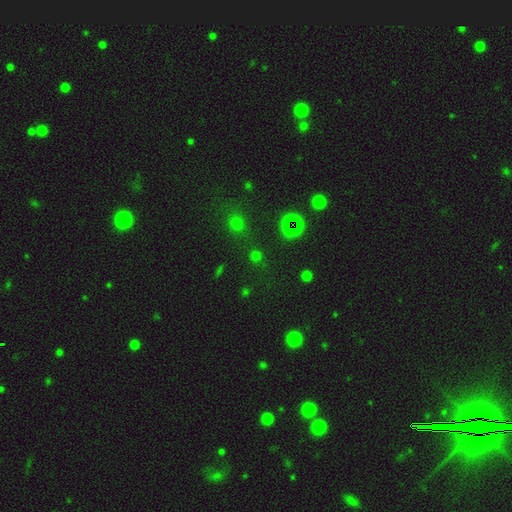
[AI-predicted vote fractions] Smooth or featured? Predicted: smooth (p=0.52). How rounded? Predicted: round (p=0.88). Merging? Predicted: none (p=0.80).